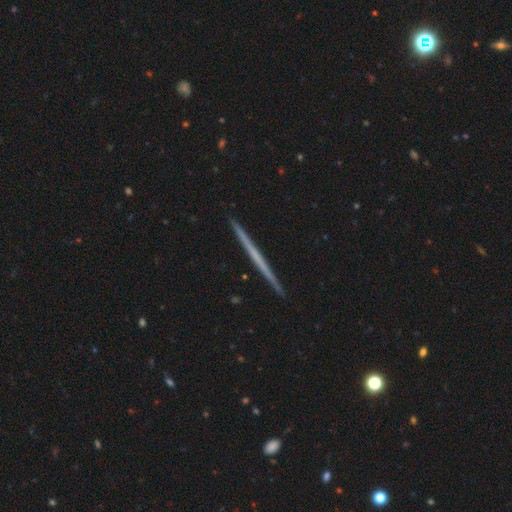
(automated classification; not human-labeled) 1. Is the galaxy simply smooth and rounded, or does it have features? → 61% featured or disk, 33% smooth, 6% star or artifact.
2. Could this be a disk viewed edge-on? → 98% yes, 2% no.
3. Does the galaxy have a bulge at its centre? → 90% none, 7% rounded, 3% boxy.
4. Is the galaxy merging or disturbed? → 93% none, 5% minor disturbance, 1% major disturbance, 1% merger.